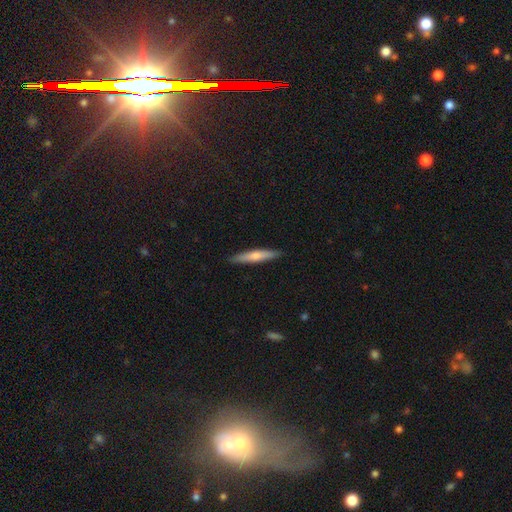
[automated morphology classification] Smooth or featured? Predicted: smooth (p=0.59). How rounded? Predicted: cigar-shaped (p=0.91). Merging? Predicted: none (p=0.90).